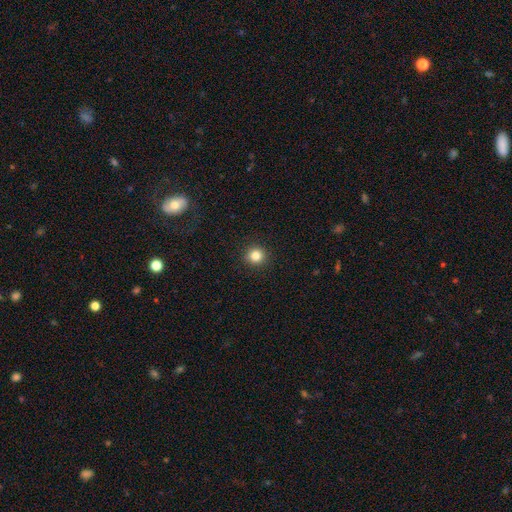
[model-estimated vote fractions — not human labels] A smooth galaxy with no disk features (84%) that is round (93%). Merging: none (92%).